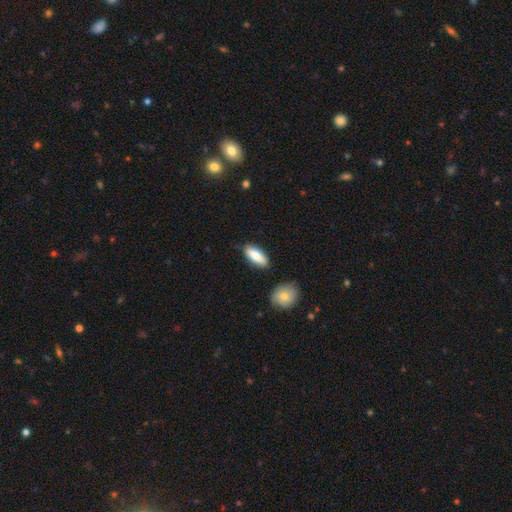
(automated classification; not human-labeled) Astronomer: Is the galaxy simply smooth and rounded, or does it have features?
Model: smooth — 77%.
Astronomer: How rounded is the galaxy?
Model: in between — 76%.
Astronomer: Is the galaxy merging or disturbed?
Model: none — 80%.